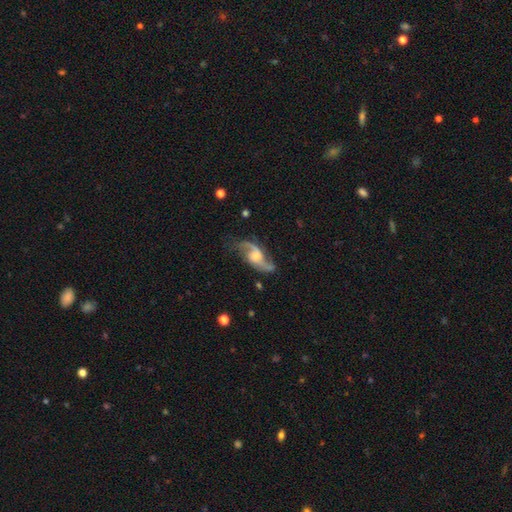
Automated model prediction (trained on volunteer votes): smooth_or_featured: featured or disk (p=0.87) [alt: smooth p=0.08]
disk_edge_on: no (p=0.95) [alt: yes p=0.05]
bar: no (p=0.55) [alt: weak p=0.37]
has_spiral_arms: yes (p=0.96) [alt: no p=0.04]
spiral_winding: loose (p=0.58) [alt: medium p=0.34]
spiral_arm_count: 2 (p=0.91) [alt: can't tell p=0.03]
bulge_size: moderate (p=0.50) [alt: small p=0.37]
merging: none (p=0.70) [alt: minor disturbance p=0.19]